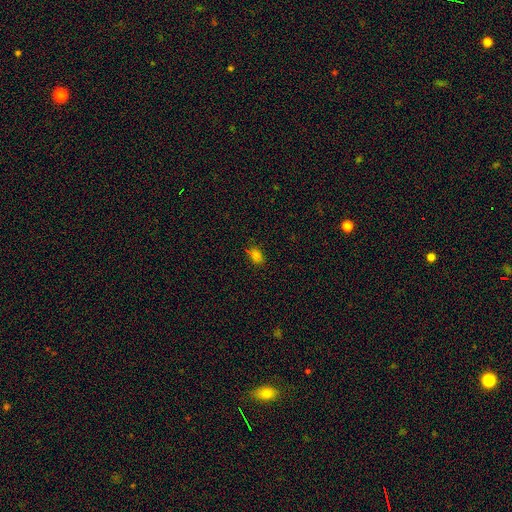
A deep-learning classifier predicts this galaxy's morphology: This appears to be a smooth galaxy with no disk features (66%) that is in between round and cigar-shaped (81%). Merging: none (75%).